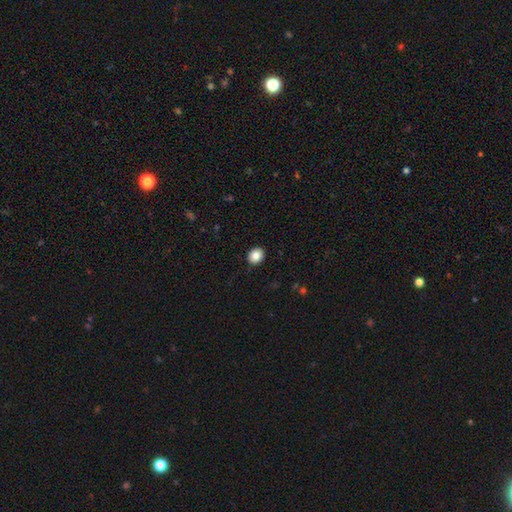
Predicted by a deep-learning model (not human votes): Smooth or featured? smooth (85%)
How rounded? round (63%)
Merging? none (91%)